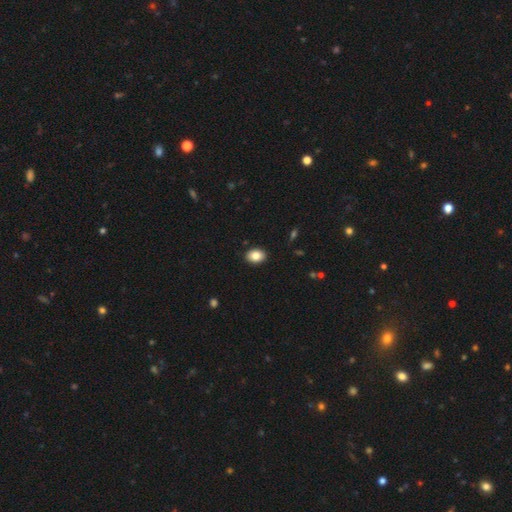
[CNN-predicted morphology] The model was most divided on "how rounded": in between: 76%, round: 23%, cigar-shaped: 1%. More confident: merging — none (90%); smooth or featured — smooth (85%).